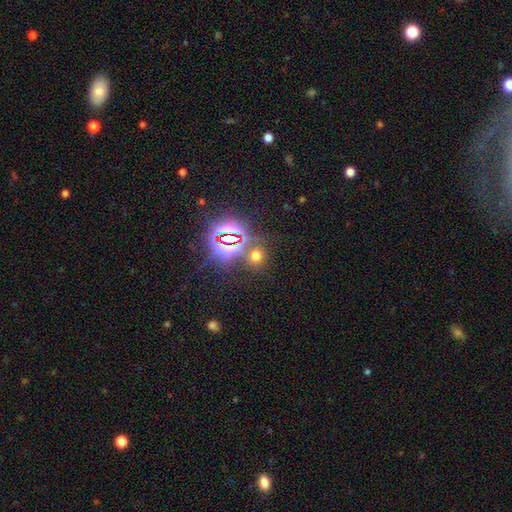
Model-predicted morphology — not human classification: Overall: smooth (49%; star or artifact 44%). Merging: none (75%).